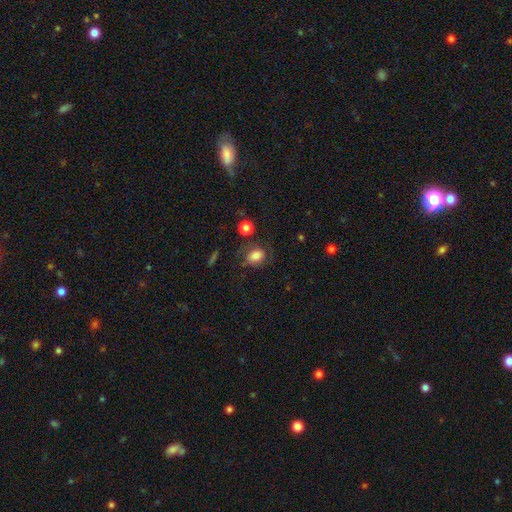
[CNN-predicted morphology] smooth 76%, featured or disk 15%, star or artifact 10%. Down the decision tree: how rounded — in between (55%); merging — none (60%).